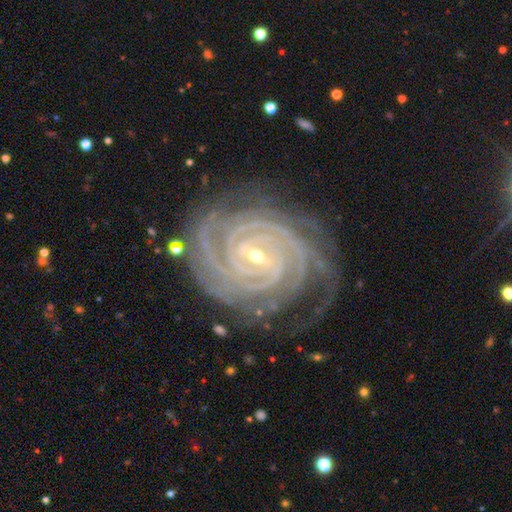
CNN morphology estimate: smooth-or-featured: featured or disk: 94% | star or artifact: 4% | smooth: 2%
  disk-edge-on: no: 98% | yes: 2%
    bar: strong: 41% (tied) | weak: 41% (tied) | no: 19%
    has-spiral-arms: yes: 99% | no: 1%
      spiral-winding: tight: 88% | medium: 11% | loose: 1%
      spiral-arm-count: 4: 28% | 3: 20% | 2: 18% | more than 4: 14% | can't tell: 12% | 1: 8%
    bulge-size: small: 72% | moderate: 25% | large: 1% | none: 1% | dominant: 1%
  merging: none: 79% | minor disturbance: 15% | major disturbance: 4% | merger: 2%